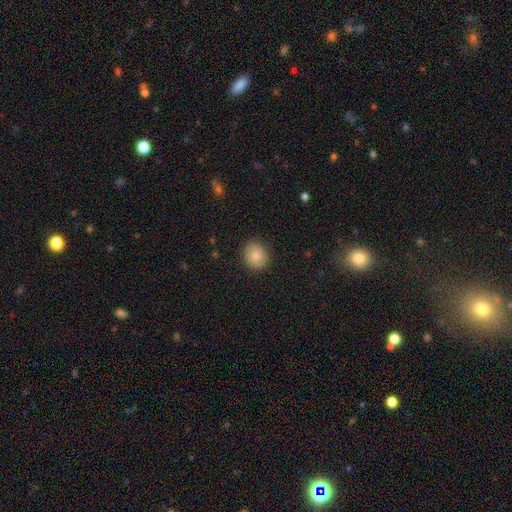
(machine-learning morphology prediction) A smooth galaxy with no disk features (85%) that is round (72%).

Vote fractions:
- Smooth or featured? smooth: 85% / star or artifact: 8% / featured or disk: 7%
- How rounded? round: 72% / in between: 27% / cigar-shaped: 1%
- Merging? none: 88% / minor disturbance: 8% / major disturbance: 2% / merger: 1%